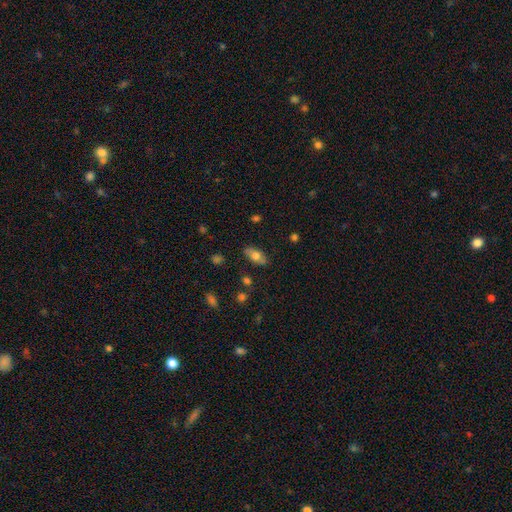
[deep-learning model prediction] Smooth or featured?
  - smooth: 65% *
  - featured or disk: 27%
  - star or artifact: 8%
How rounded?
  - in between: 84% *
  - cigar-shaped: 10%
  - round: 6%
Merging?
  - none: 80% *
  - minor disturbance: 14%
  - major disturbance: 3%
  - merger: 3%